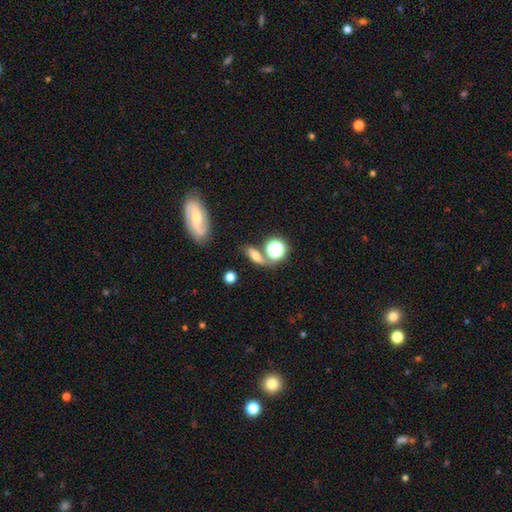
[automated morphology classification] This is possibly a smooth galaxy (59%). How rounded: possibly in between (50%). Merging: likely none (63%).